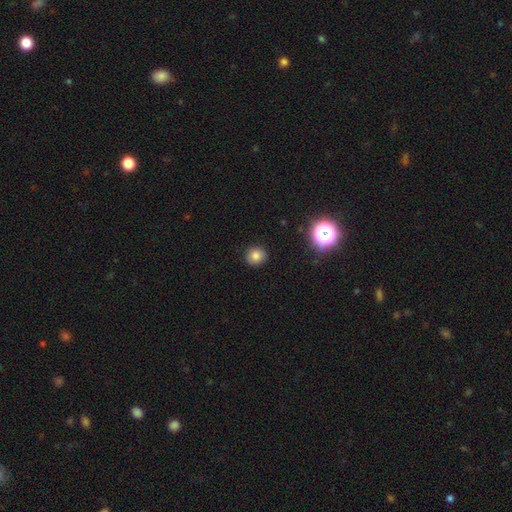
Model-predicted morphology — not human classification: smooth 80%, star or artifact 14%, featured or disk 6%. Down the decision tree: how rounded — round (86%); merging — none (91%).